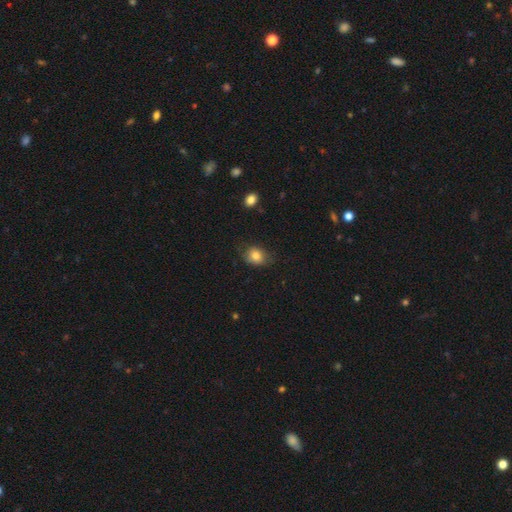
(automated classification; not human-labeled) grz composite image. It shows a smooth galaxy with no disk features (81%) that is round (52%). Merging: none (67%).